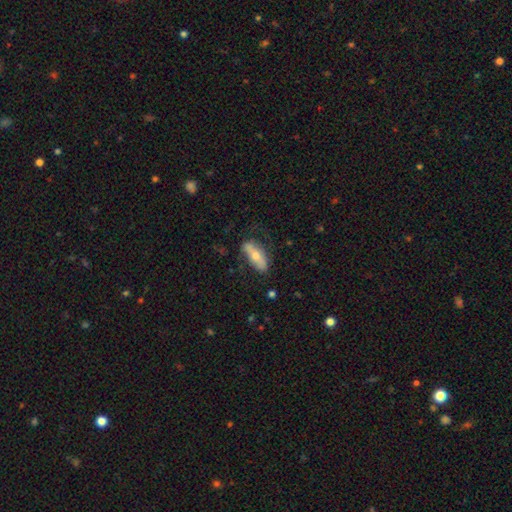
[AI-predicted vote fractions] smooth_or_featured: smooth (p=0.54) [alt: featured or disk p=0.40]
how_rounded: in between (p=0.70) [alt: cigar-shaped p=0.27]
merging: none (p=0.62) [alt: minor disturbance p=0.25]